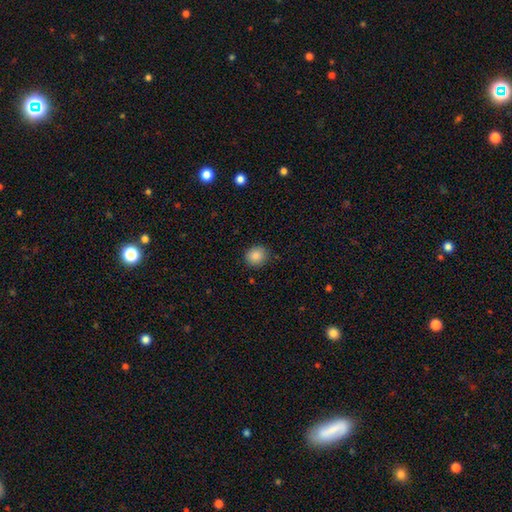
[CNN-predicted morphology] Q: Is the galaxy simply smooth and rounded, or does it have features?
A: smooth — 87%.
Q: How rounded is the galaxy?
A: round — 79%.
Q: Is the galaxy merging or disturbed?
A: none — 85%.